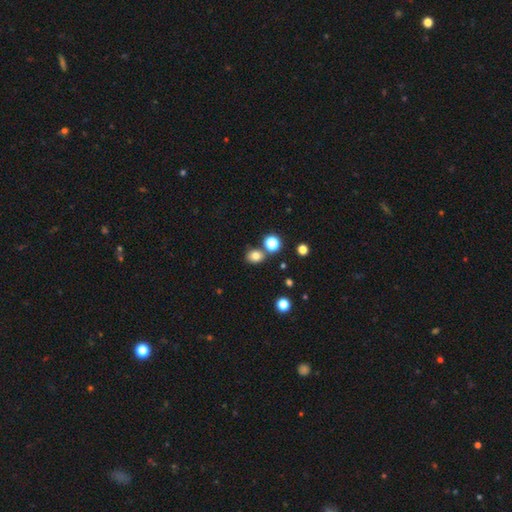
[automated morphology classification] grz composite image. It shows a smooth galaxy with no disk features (78%) that is round (53%). Merging: none (75%).